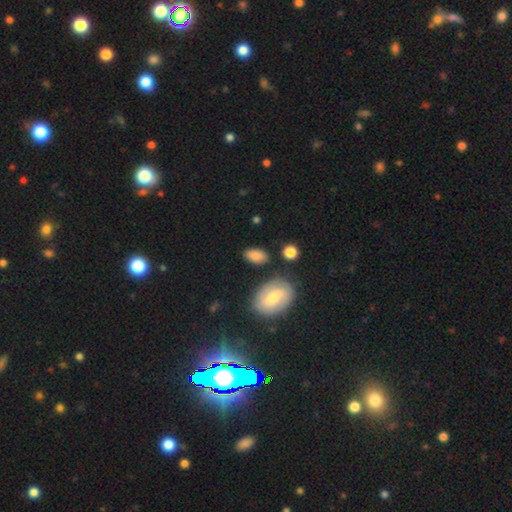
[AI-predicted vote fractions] Morphology: type=smooth (81%); roundness=in between (89%); merging=none (77%).